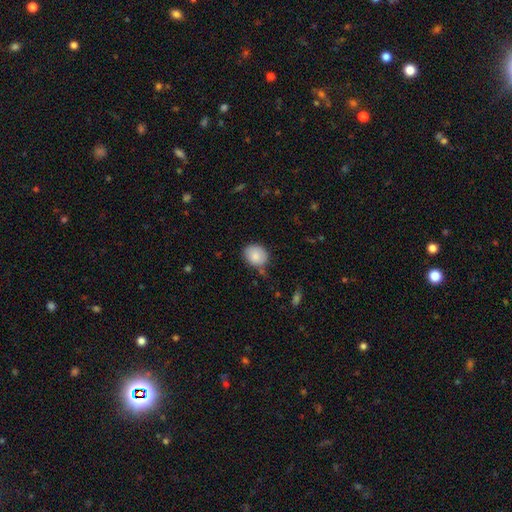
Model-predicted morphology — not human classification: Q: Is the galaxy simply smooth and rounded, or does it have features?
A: smooth — 86%.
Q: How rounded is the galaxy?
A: round — 58%.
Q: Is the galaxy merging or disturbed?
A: none — 73%.